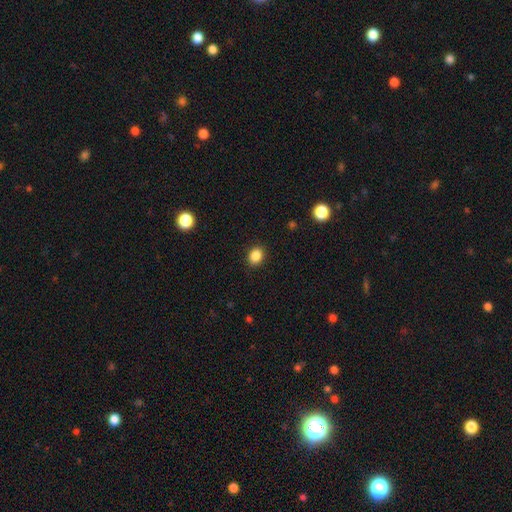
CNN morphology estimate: This is clearly a smooth galaxy (87%). How rounded: possibly round (50%). Merging: clearly none (89%).